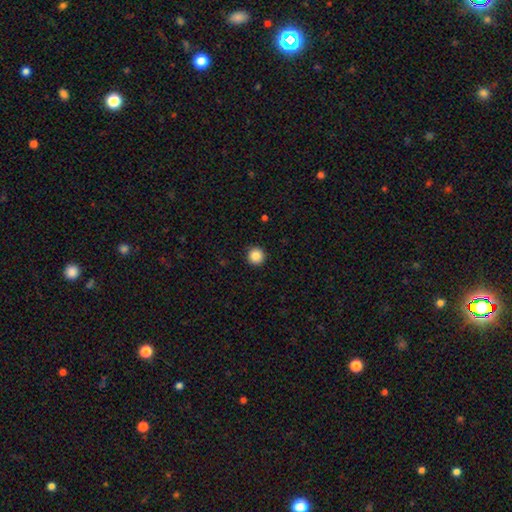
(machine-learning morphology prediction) Smooth or featured? smooth (86%)
How rounded? round (96%)
Merging? none (93%)